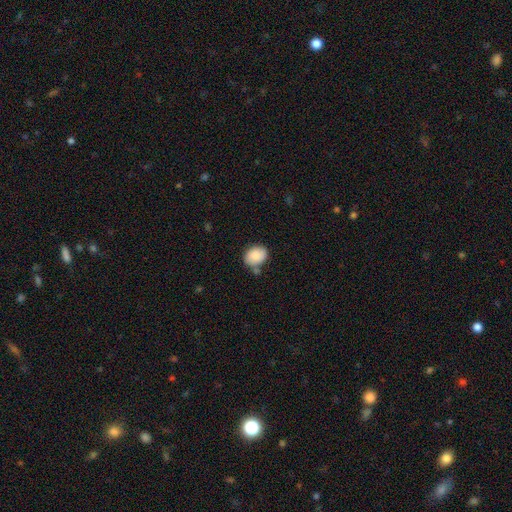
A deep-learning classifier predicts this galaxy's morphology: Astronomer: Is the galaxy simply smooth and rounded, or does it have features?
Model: smooth — 87%.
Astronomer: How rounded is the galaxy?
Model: in between — 59% (runner-up: round, 40%).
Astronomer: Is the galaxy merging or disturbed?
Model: none — 67%.